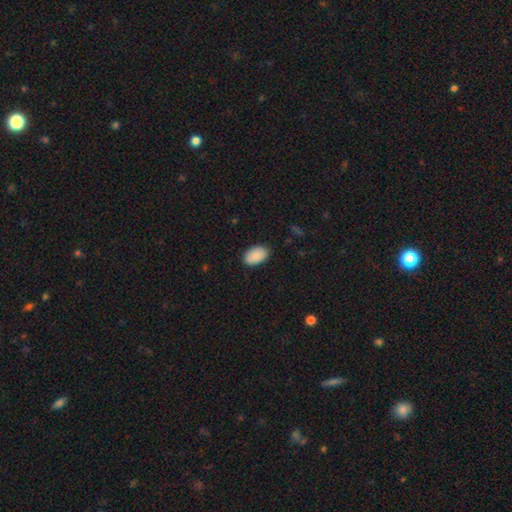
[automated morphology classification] Smooth or featured?
  - smooth: 89% *
  - star or artifact: 6%
  - featured or disk: 5%
How rounded?
  - in between: 92% *
  - round: 7%
  - cigar-shaped: 1%
Merging?
  - none: 87% *
  - minor disturbance: 10%
  - major disturbance: 2%
  - merger: 1%